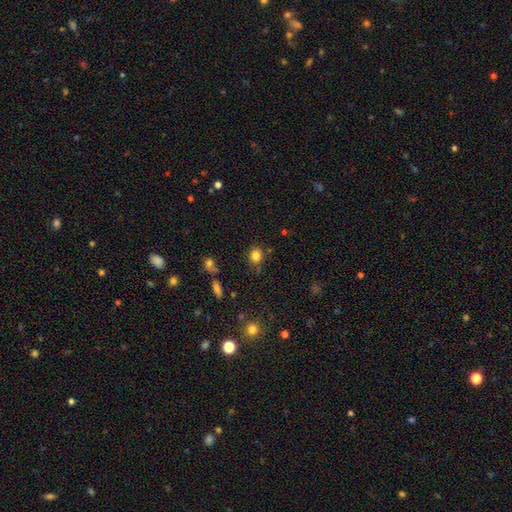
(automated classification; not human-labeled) Smooth or featured: smooth — 81% (star or artifact — 13%)
How rounded: round — 80% (in between — 19%)
Merging: none — 80% (minor disturbance — 12%)